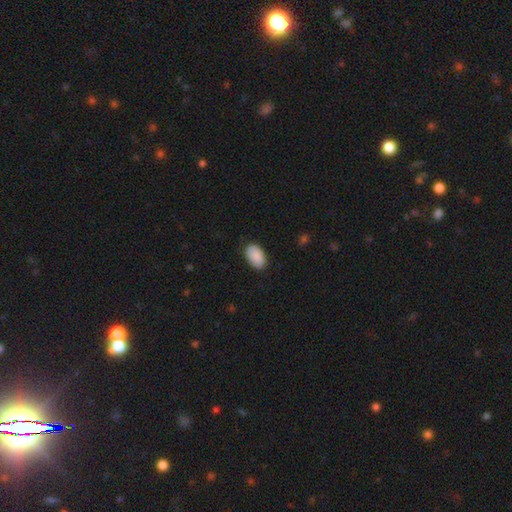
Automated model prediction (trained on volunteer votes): A smooth galaxy with no disk features (90%) that is in between round and cigar-shaped (93%). Merging: none (86%).